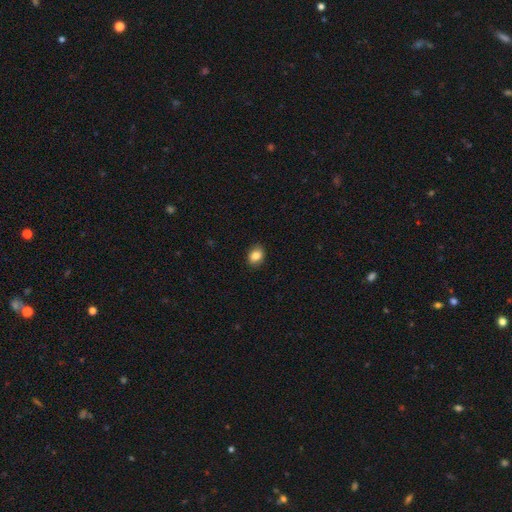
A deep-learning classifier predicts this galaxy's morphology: Smooth or featured? smooth (85%)
How rounded? in between (56%)
Merging? none (90%)